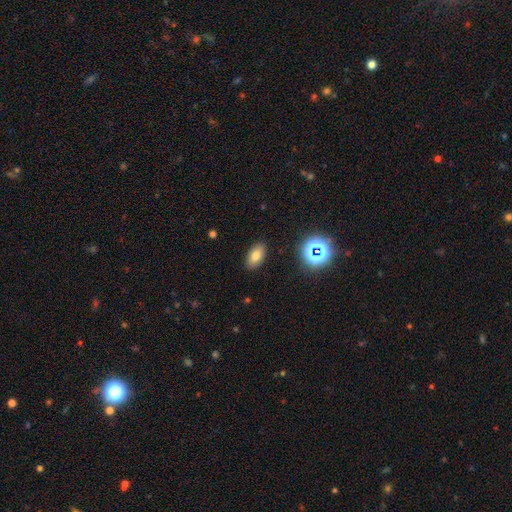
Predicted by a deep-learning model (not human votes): A smooth galaxy with no disk features (74%) that is in between round and cigar-shaped (90%).

Vote fractions:
- Smooth or featured? smooth: 74% / star or artifact: 14% / featured or disk: 12%
- How rounded? in between: 90% / round: 7% / cigar-shaped: 3%
- Merging? none: 88% / minor disturbance: 9% / major disturbance: 2% / merger: 1%